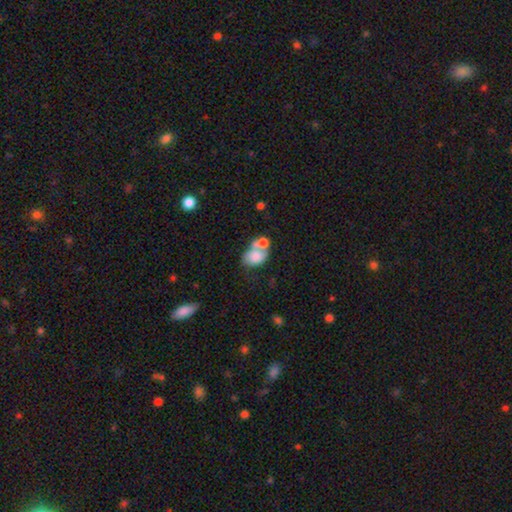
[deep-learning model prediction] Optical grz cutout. It shows a smooth galaxy with no disk features (65%) that is in between round and cigar-shaped (75%). Merging: merger (54%).